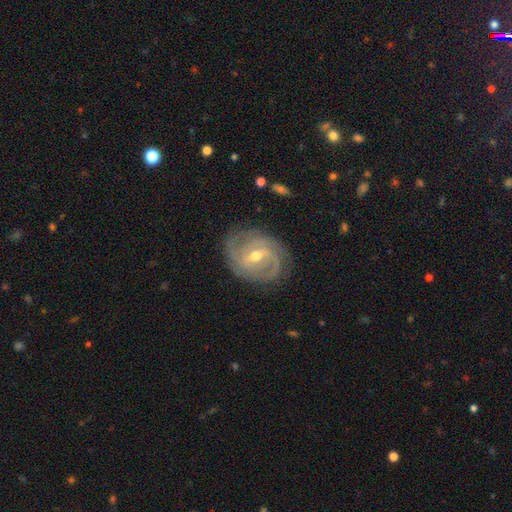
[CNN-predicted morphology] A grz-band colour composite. It shows a featured or disk galaxy (88%) with a weak bar (52%), 3 (33%) tight (59%) spiral arms (97%) and a moderate central bulge (58%). Merging: none (79%).